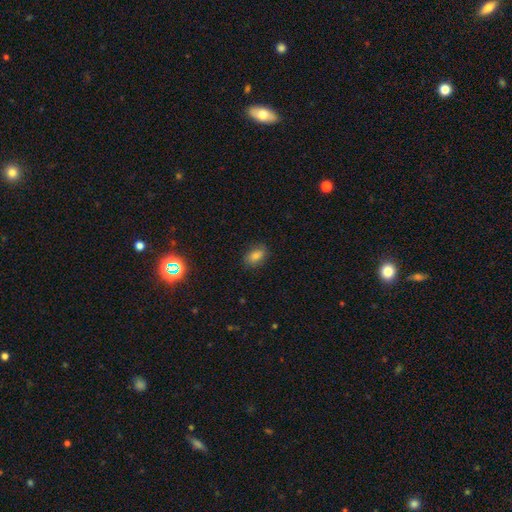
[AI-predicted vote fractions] Smooth or featured: smooth — 80% (star or artifact — 13%)
How rounded: in between — 84% (round — 13%)
Merging: none — 84% (minor disturbance — 12%)